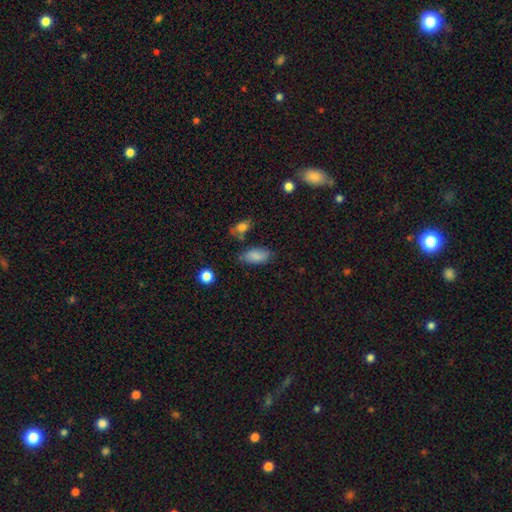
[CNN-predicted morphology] Smooth or featured? Predicted: smooth (p=0.84). How rounded? Predicted: in between (p=0.91). Merging? Predicted: none (p=0.69).